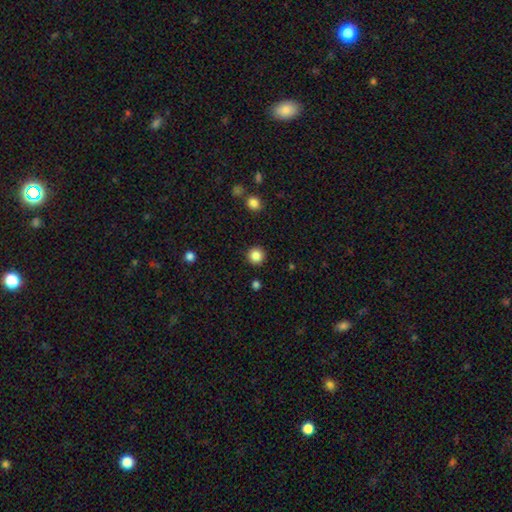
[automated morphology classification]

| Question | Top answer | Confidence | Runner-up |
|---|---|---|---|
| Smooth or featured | smooth | 86% | star or artifact (10%) |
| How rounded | round | 95% | in between (4%) |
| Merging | none | 92% | minor disturbance (5%) |